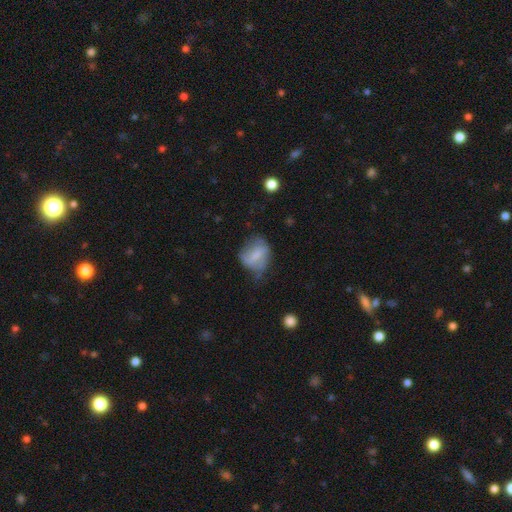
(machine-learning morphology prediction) Smooth or featured? smooth (56%)
How rounded? in between (51%)
Merging? none (43%)